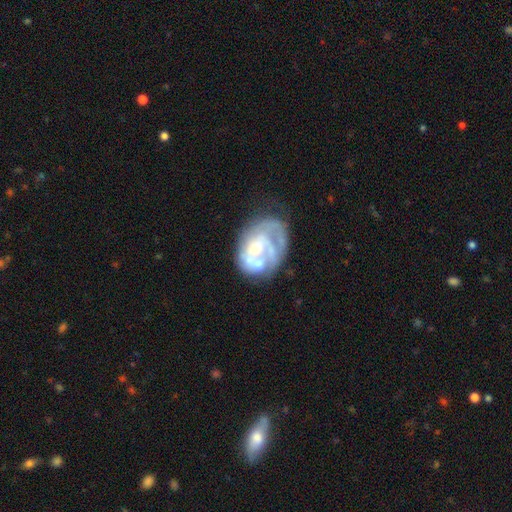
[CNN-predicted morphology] Smooth or featured? Predicted: featured or disk (p=0.72). Edge-on disk? Predicted: no (p=0.98). Bar? Predicted: no (p=0.79). Spiral arms? Predicted: yes (p=0.52). Bulge size? Predicted: small (p=0.51). Merging? Predicted: none (p=0.39).